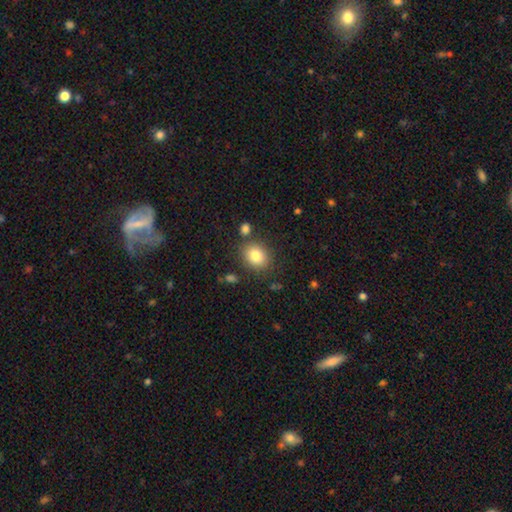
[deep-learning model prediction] smooth 81%, star or artifact 10%, featured or disk 9%. Down the decision tree: how rounded — round (61%); merging — none (81%).